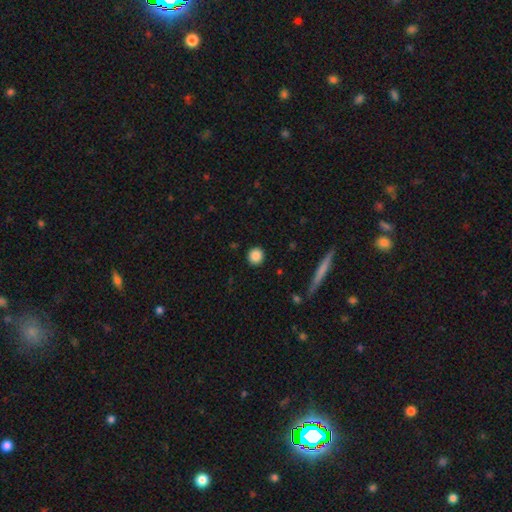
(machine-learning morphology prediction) Smooth or featured? Predicted: smooth (p=0.88). How rounded? Predicted: round (p=0.92). Merging? Predicted: none (p=0.92).